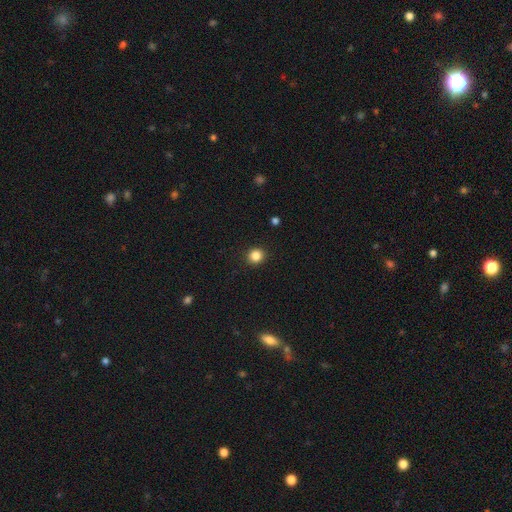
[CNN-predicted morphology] The model was most divided on "smooth or featured": smooth: 85%, star or artifact: 12%, featured or disk: 4%. More confident: merging — none (92%); how rounded — round (89%).